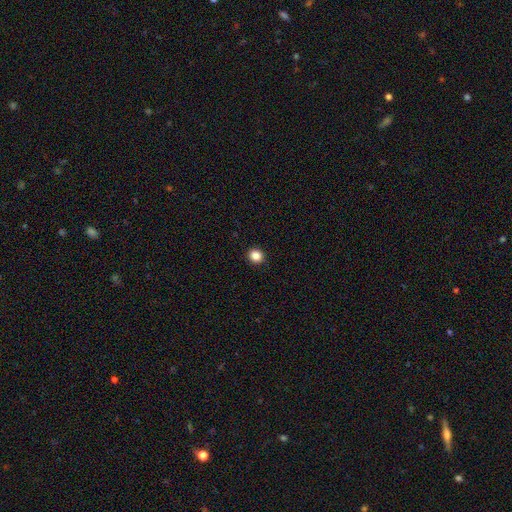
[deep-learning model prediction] This is clearly a smooth galaxy (86%). How rounded: clearly round (90%). Merging: clearly none (93%).